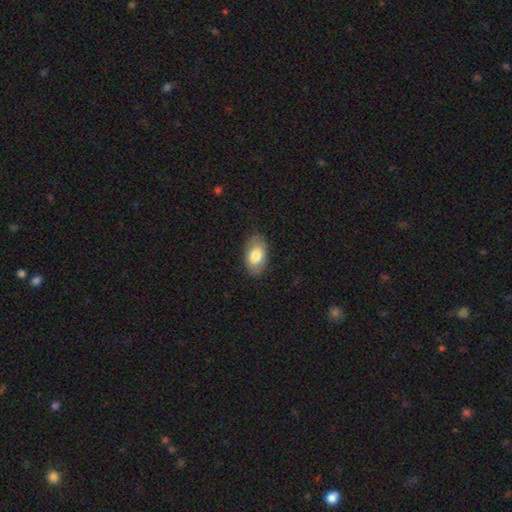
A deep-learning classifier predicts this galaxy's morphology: Smooth or featured?
  - smooth: 77% *
  - featured or disk: 16%
  - star or artifact: 7%
How rounded?
  - in between: 93% *
  - round: 6%
  - cigar-shaped: 1%
Merging?
  - none: 83% *
  - minor disturbance: 13%
  - major disturbance: 3%
  - merger: 1%